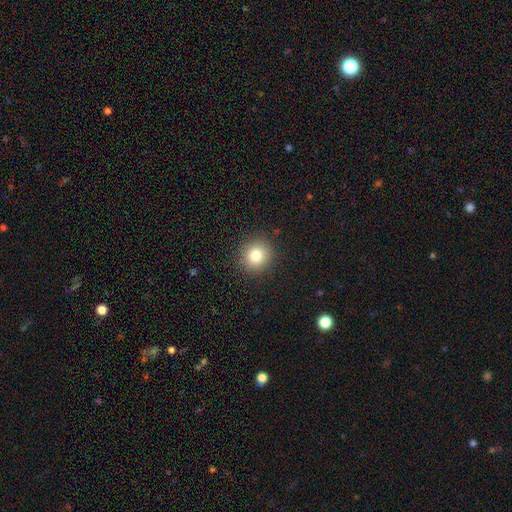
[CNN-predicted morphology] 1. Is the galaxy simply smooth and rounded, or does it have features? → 80% smooth, 12% star or artifact, 8% featured or disk.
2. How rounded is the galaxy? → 90% round, 9% in between, 1% cigar-shaped.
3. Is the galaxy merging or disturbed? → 90% none, 6% minor disturbance, 2% major disturbance, 1% merger.